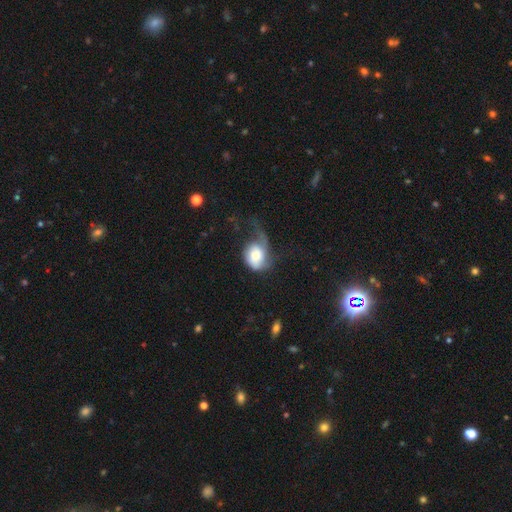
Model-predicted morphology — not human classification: type=smooth (59%); roundness=in between (55%); merging=major disturbance (56%).